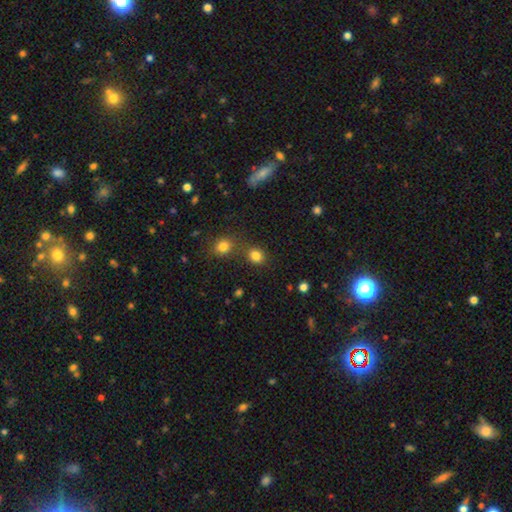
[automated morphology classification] Smooth or featured: smooth — 82% (star or artifact — 13%)
How rounded: round — 74% (in between — 25%)
Merging: none — 71% (merger — 17%)